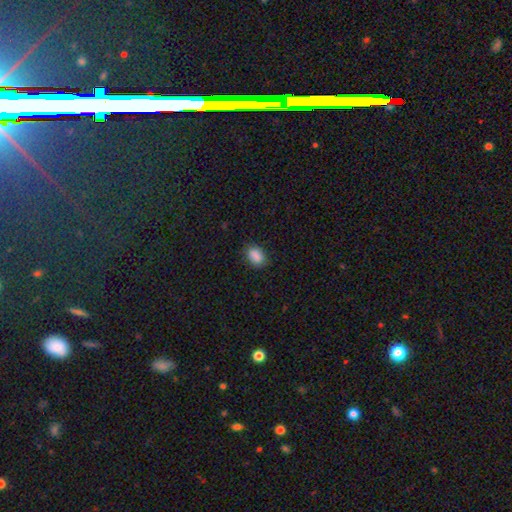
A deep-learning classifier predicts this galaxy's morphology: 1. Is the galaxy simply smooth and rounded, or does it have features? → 88% smooth, 8% star or artifact, 4% featured or disk.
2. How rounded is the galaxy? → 79% in between, 20% round, 1% cigar-shaped.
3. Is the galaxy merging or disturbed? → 83% none, 13% minor disturbance, 3% major disturbance, 1% merger.